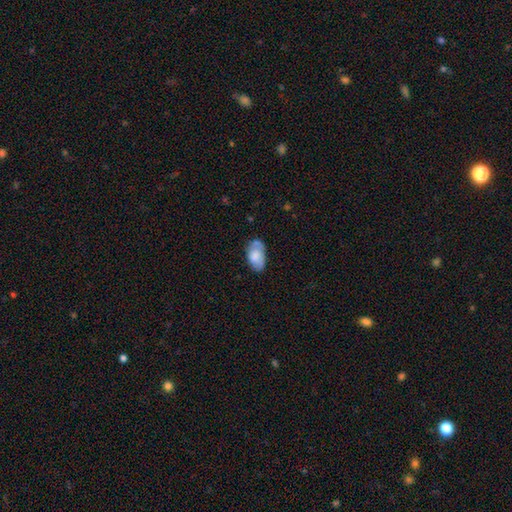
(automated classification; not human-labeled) This is likely a smooth galaxy (71%). How rounded: clearly in between (94%). Merging: possibly none (57%).